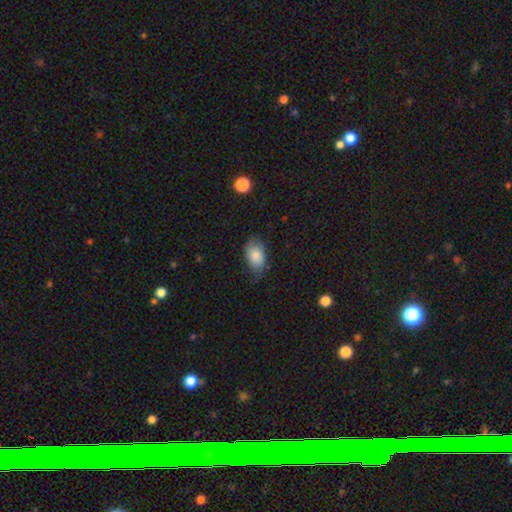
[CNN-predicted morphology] Overall: smooth (82%). How rounded: in between (89%). Merging: none (57%; minor disturbance 32%).